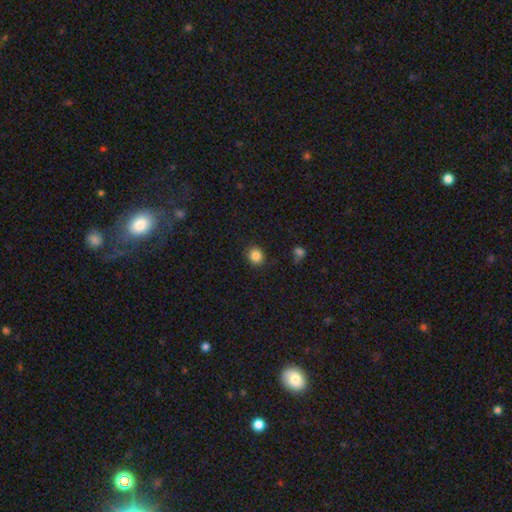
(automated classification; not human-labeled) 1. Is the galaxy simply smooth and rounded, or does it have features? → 85% smooth, 10% star or artifact, 4% featured or disk.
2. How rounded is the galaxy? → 76% round, 23% in between, 1% cigar-shaped.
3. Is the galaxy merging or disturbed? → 87% none, 9% minor disturbance, 3% major disturbance, 2% merger.